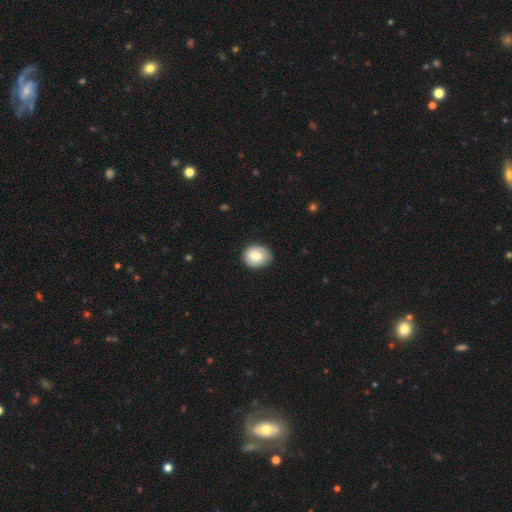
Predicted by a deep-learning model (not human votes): Q: Smooth or featured?
A: smooth (74%); runner-up: featured or disk (18%)
Q: How rounded?
A: round (64%); runner-up: in between (35%)
Q: Merging?
A: none (79%); runner-up: minor disturbance (17%)